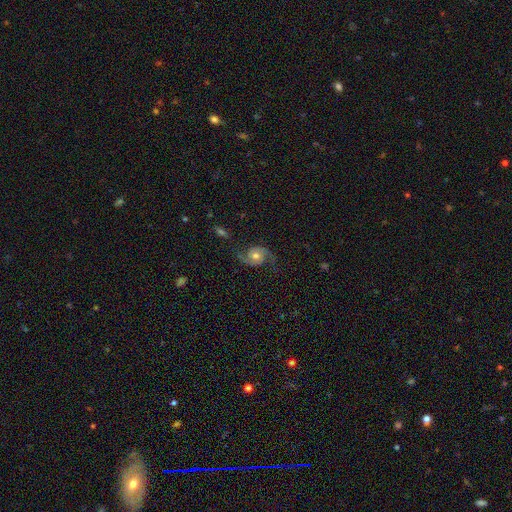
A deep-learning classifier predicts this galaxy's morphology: Smooth or featured?
  - featured or disk: 86% *
  - smooth: 7%
  - star or artifact: 6%
Edge-on disk?
  - no: 98% *
  - yes: 2%
Bar?
  - no: 74% *
  - weak: 21%
  - strong: 5%
Spiral arms?
  - yes: 97% *
  - no: 3%
Spiral winding?
  - loose: 45% *
  - medium: 43%
  - tight: 12%
Spiral arm count?
  - 2: 94% *
  - 1: 2%
  - can't tell: 2%
  - 3: 1%
  - 4: 1%
  - more than 4: 1%
Bulge size?
  - moderate: 72% *
  - small: 17%
  - large: 9%
  - none: 2%
  - dominant: 1%
Merging?
  - none: 77% *
  - minor disturbance: 14%
  - major disturbance: 7%
  - merger: 2%